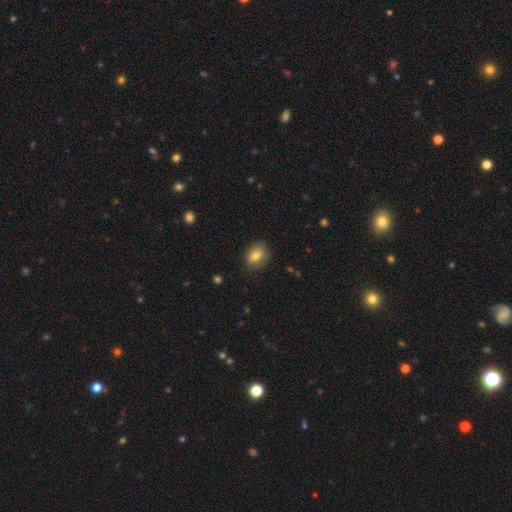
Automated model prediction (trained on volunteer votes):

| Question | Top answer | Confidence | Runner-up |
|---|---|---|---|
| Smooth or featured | smooth | 76% | featured or disk (15%) |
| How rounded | in between | 61% | round (38%) |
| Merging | none | 81% | minor disturbance (14%) |